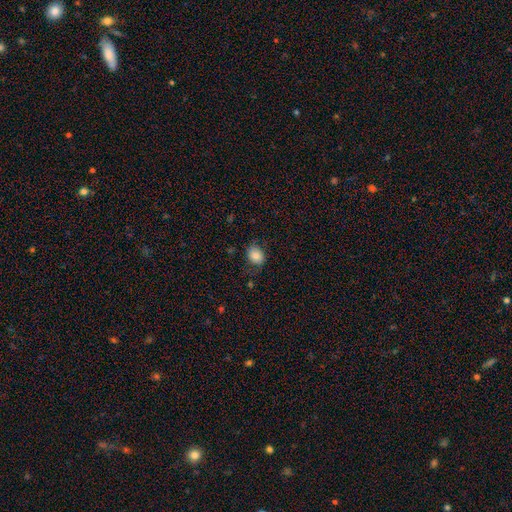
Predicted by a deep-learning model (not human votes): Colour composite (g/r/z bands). It shows a smooth galaxy with no disk features (77%) that is in between round and cigar-shaped (58%). Merging: none (69%).